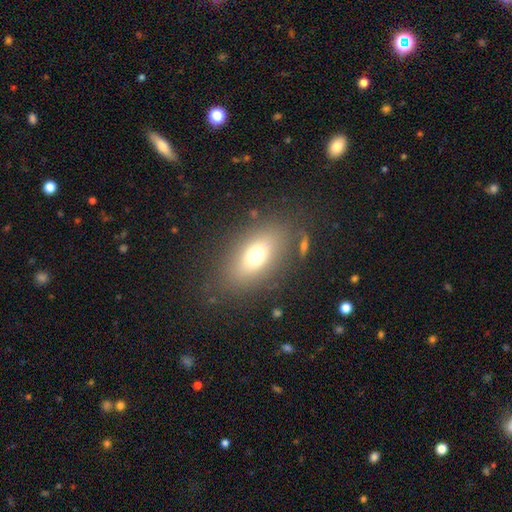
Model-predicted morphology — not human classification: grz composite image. It shows a smooth galaxy with no disk features (67%) that is in between round and cigar-shaped (78%). Merging: none (79%).